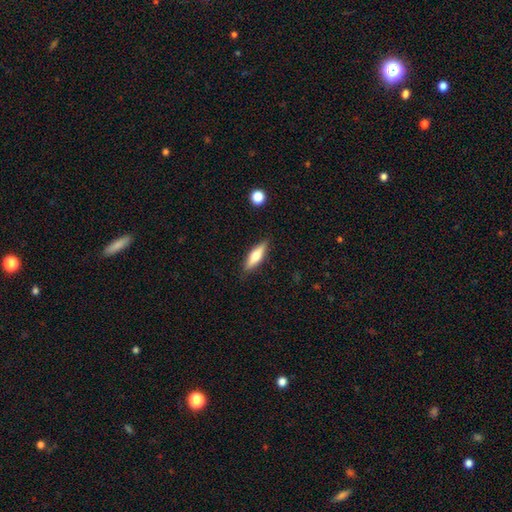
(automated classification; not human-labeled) The model was most divided on "how rounded": cigar-shaped: 59%, in between: 39%, round: 2%. More confident: merging — none (87%); smooth or featured — smooth (59%).